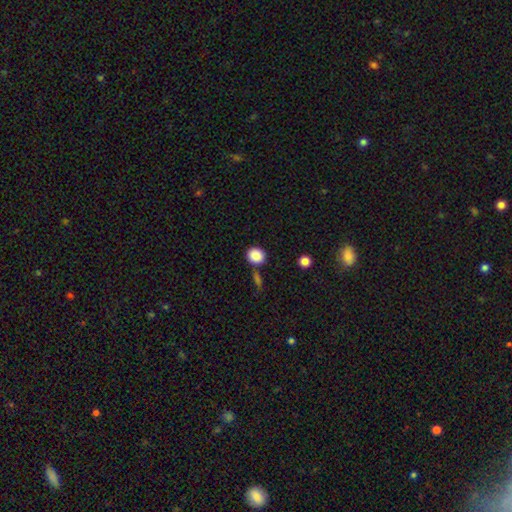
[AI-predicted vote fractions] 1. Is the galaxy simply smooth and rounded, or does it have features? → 88% smooth, 8% star or artifact, 4% featured or disk.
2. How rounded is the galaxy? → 73% round, 26% in between, 1% cigar-shaped.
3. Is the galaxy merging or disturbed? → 77% none, 11% minor disturbance, 9% merger, 4% major disturbance.